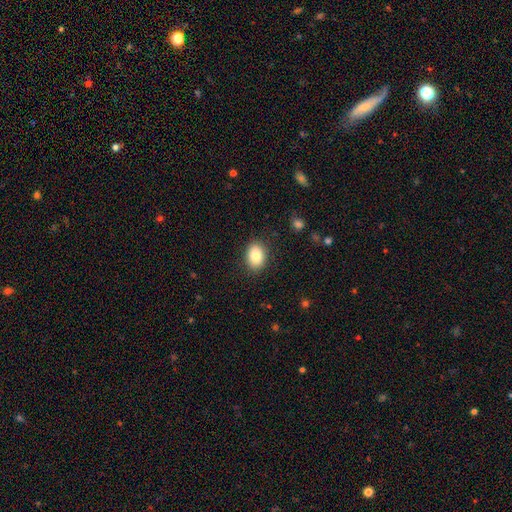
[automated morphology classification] The model was most divided on "how rounded": in between: 79%, round: 20%, cigar-shaped: 1%. More confident: merging — none (87%); smooth or featured — smooth (87%).